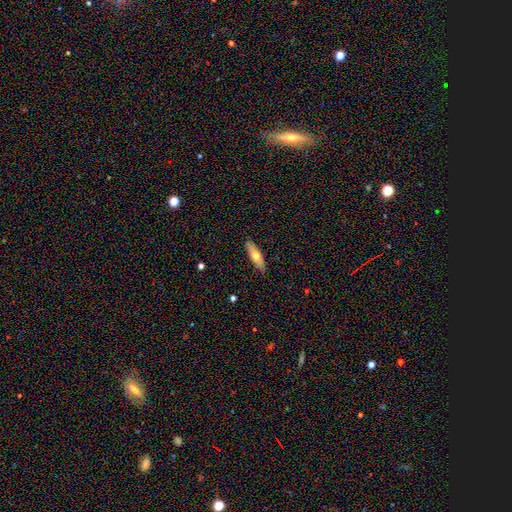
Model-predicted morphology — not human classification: A smooth galaxy with no disk features (59%) that is cigar-shaped (58%). Merging: none (89%).